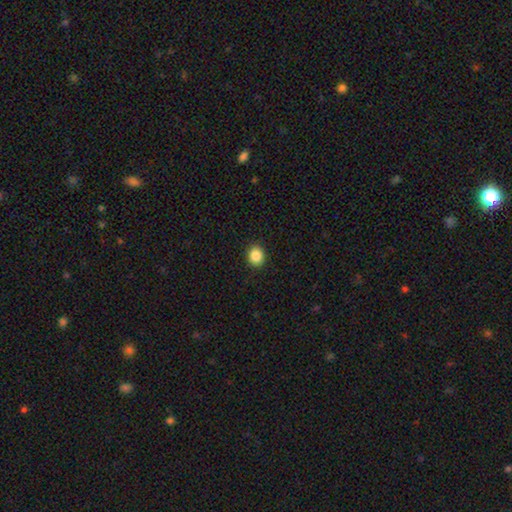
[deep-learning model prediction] smooth 86%, star or artifact 10%, featured or disk 4%. Down the decision tree: how rounded — round (72%); merging — none (91%).